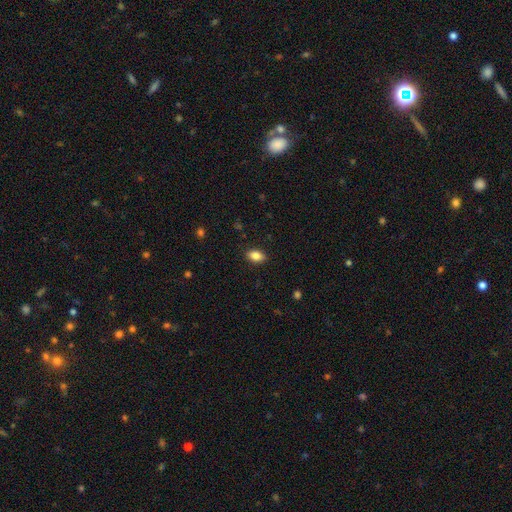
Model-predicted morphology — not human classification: smooth-or-featured: smooth: 85% | star or artifact: 8% | featured or disk: 7%
  how-rounded: in between: 88% | round: 10% | cigar-shaped: 2%
  merging: none: 88% | minor disturbance: 9% | major disturbance: 2% | merger: 1%